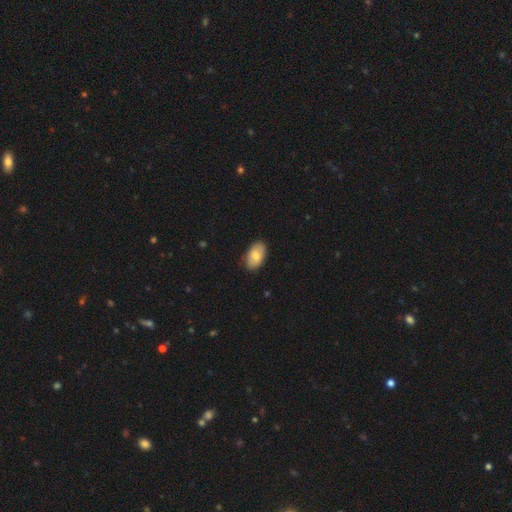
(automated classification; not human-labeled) The model was most divided on "smooth or featured": smooth: 80%, featured or disk: 14%, star or artifact: 6%. More confident: how rounded — in between (93%); merging — none (85%).